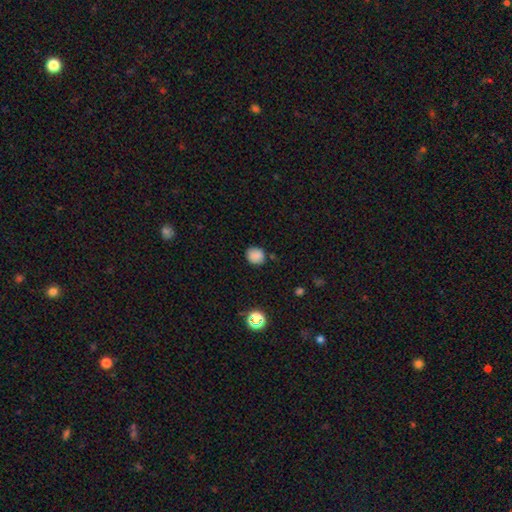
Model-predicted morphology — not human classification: Smooth or featured?
  - smooth: 84% *
  - star or artifact: 11%
  - featured or disk: 5%
How rounded?
  - round: 78% *
  - in between: 22%
  - cigar-shaped: 1%
Merging?
  - none: 81% *
  - minor disturbance: 13%
  - major disturbance: 3%
  - merger: 2%